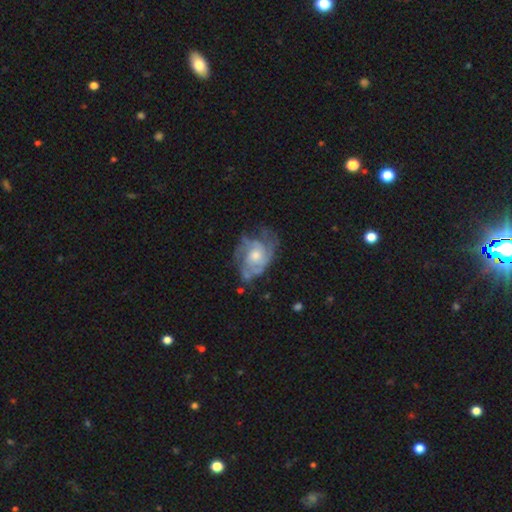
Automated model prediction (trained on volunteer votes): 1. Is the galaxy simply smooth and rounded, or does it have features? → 80% featured or disk, 14% smooth, 6% star or artifact.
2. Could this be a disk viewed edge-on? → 97% no, 3% yes.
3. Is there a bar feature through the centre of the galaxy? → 75% no, 22% weak, 3% strong.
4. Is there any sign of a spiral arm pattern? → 90% yes, 10% no.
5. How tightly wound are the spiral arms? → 46% tight, 40% medium, 14% loose.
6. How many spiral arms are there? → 32% can't tell, 27% 3, 15% 2, 15% 4, 5% more than 4, 5% 1.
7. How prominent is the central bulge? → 58% moderate, 32% small, 6% large, 3% none, 1% dominant.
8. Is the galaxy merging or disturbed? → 56% none, 24% minor disturbance, 17% major disturbance, 2% merger.